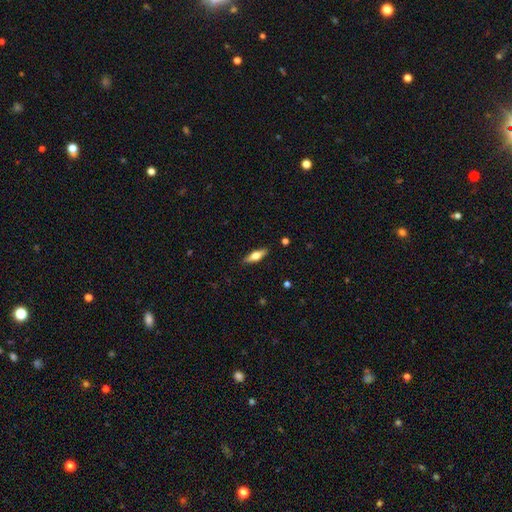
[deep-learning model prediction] This is possibly a smooth galaxy (50%). Merging: clearly none (89%).